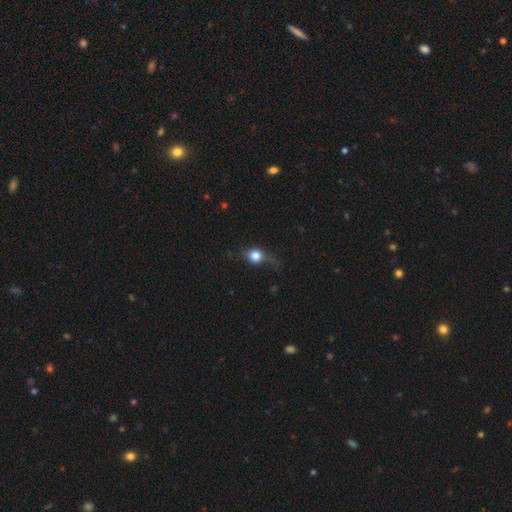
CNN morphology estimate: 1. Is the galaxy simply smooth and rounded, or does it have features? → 69% smooth, 19% featured or disk, 12% star or artifact.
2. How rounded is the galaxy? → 77% round, 20% in between, 3% cigar-shaped.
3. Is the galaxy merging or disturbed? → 53% none, 25% minor disturbance, 20% major disturbance, 2% merger.